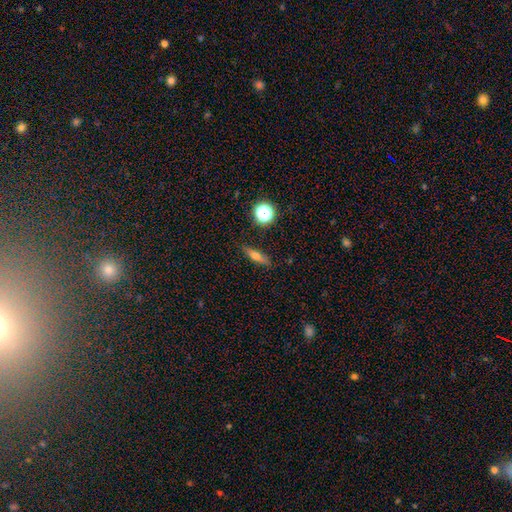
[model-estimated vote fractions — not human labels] smooth_or_featured: smooth (p=0.60) [alt: featured or disk p=0.28]
how_rounded: cigar-shaped (p=0.64) [alt: in between p=0.29]
merging: none (p=0.86) [alt: minor disturbance p=0.10]